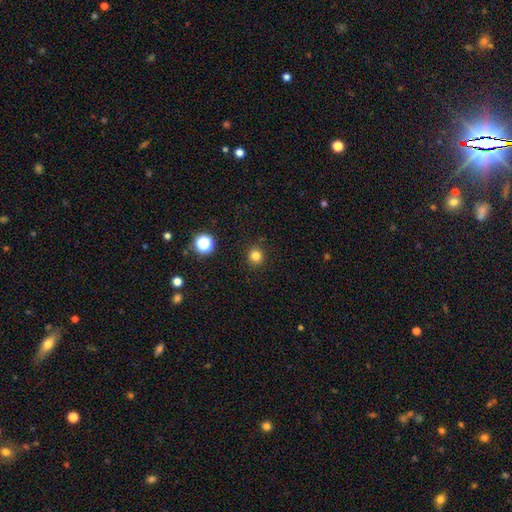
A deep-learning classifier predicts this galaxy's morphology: Overall: smooth (81%). How rounded: round (93%). Merging: none (91%).